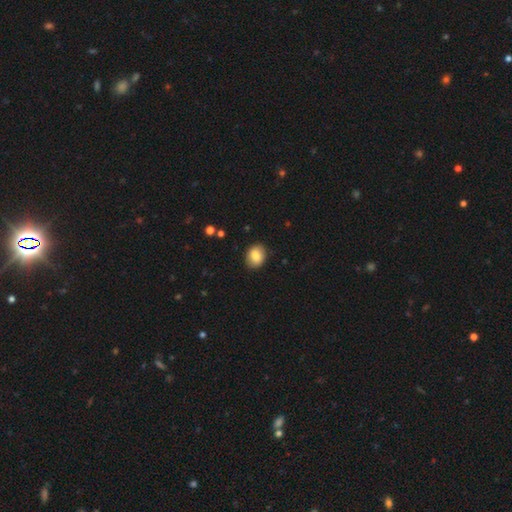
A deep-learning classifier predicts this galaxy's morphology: Overall: smooth (83%). How rounded: in between (50%; round 49%). Merging: none (87%).